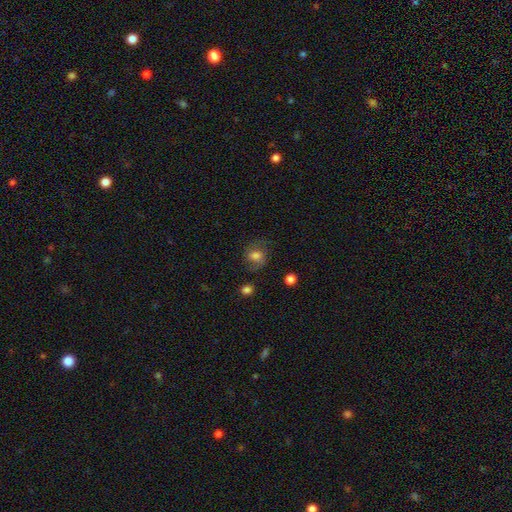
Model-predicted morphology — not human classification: Smooth or featured? smooth (63%)
How rounded? round (61%)
Merging? none (65%)